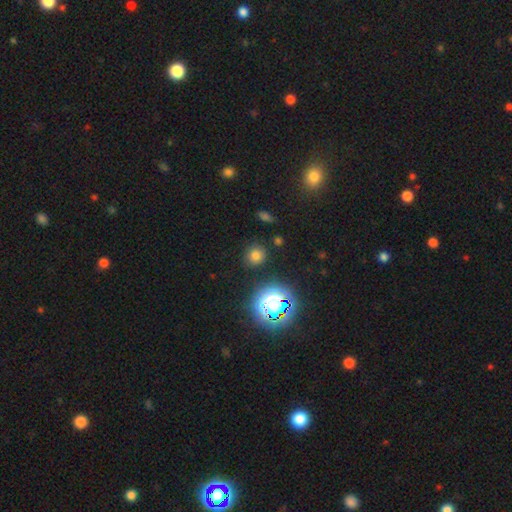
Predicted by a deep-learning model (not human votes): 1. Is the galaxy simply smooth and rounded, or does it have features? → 68% smooth, 24% star or artifact, 8% featured or disk.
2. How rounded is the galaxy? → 88% round, 11% in between, 1% cigar-shaped.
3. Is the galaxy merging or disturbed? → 86% none, 8% minor disturbance, 3% major disturbance, 3% merger.